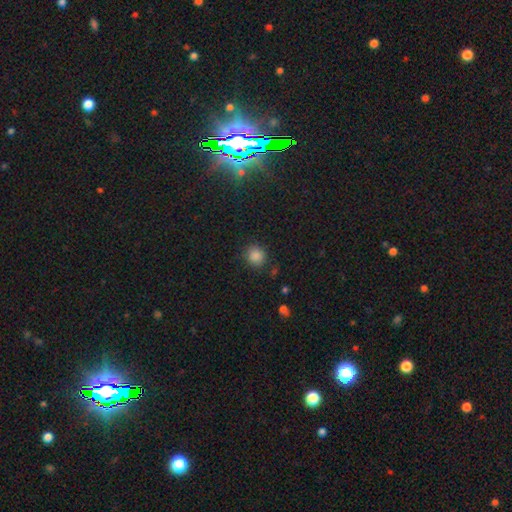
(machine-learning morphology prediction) Q: Smooth or featured?
A: smooth (84%); runner-up: star or artifact (12%)
Q: How rounded?
A: round (83%); runner-up: in between (16%)
Q: Merging?
A: none (84%); runner-up: minor disturbance (10%)